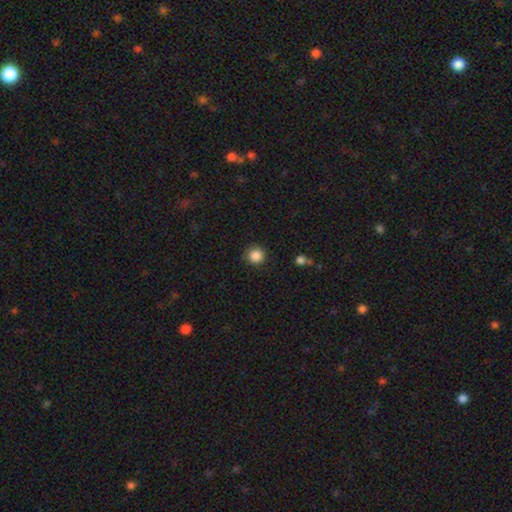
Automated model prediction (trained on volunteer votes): A smooth galaxy with no disk features (86%) that is round (94%). Merging: none (89%).